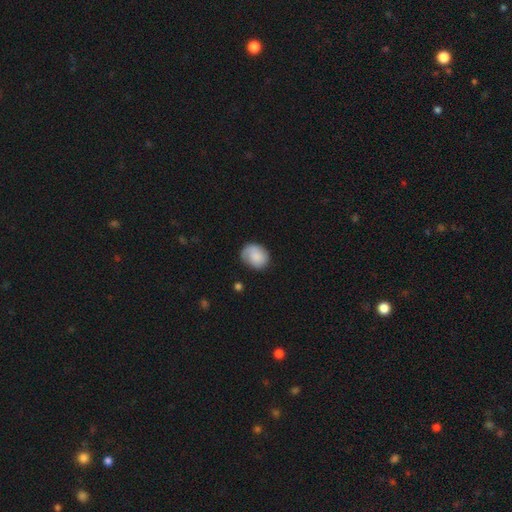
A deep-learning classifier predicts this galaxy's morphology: Smooth or featured?
  - smooth: 68% *
  - featured or disk: 25%
  - star or artifact: 7%
How rounded?
  - round: 54% *
  - in between: 45%
  - cigar-shaped: 1%
Merging?
  - none: 64% *
  - minor disturbance: 24%
  - major disturbance: 10%
  - merger: 2%